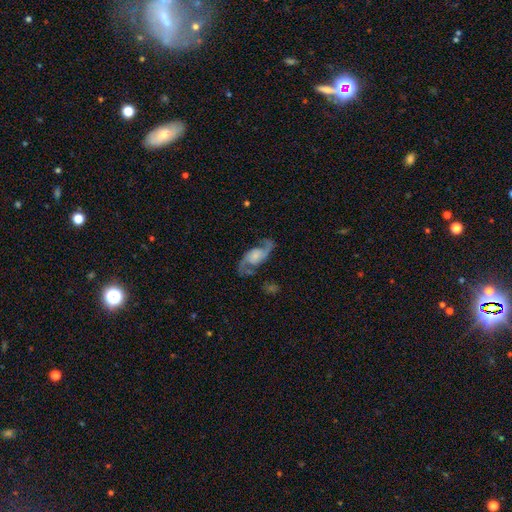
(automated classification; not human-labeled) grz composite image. It shows a featured or disk galaxy (87%) with no bar (59%), 2 (93%) loose (52%) spiral arms (97%) and a small central bulge (32%). Merging: none (71%).